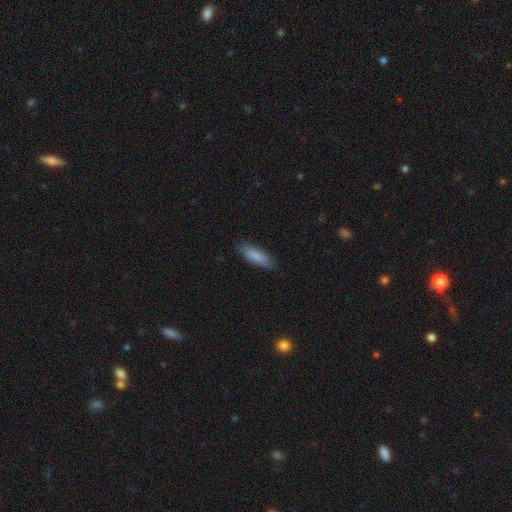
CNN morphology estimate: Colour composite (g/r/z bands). It shows a smooth galaxy with no disk features (85%) that is in between round and cigar-shaped (59%). Merging: none (81%).